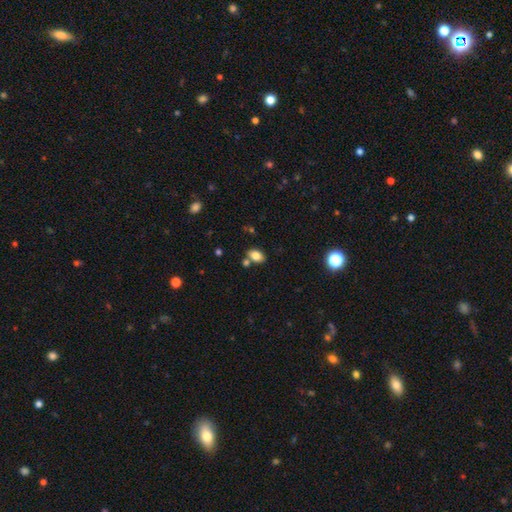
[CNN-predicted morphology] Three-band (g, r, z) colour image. It shows a smooth galaxy with no disk features (80%) that is in between round and cigar-shaped (85%). Merging: none (68%).